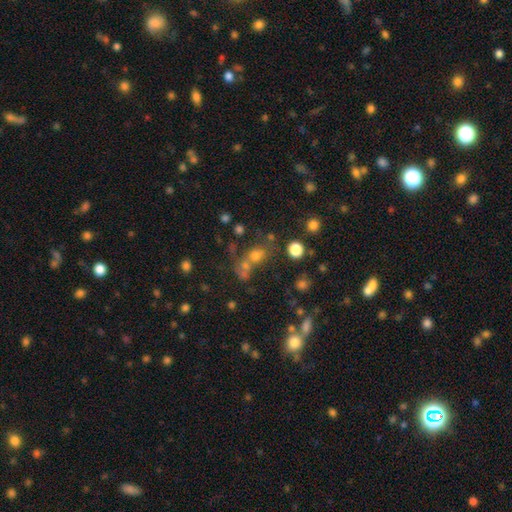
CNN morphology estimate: Q: Smooth or featured?
A: smooth (59%); runner-up: star or artifact (29%)
Q: How rounded?
A: round (63%); runner-up: in between (35%)
Q: Merging?
A: none (45%); runner-up: merger (37%)